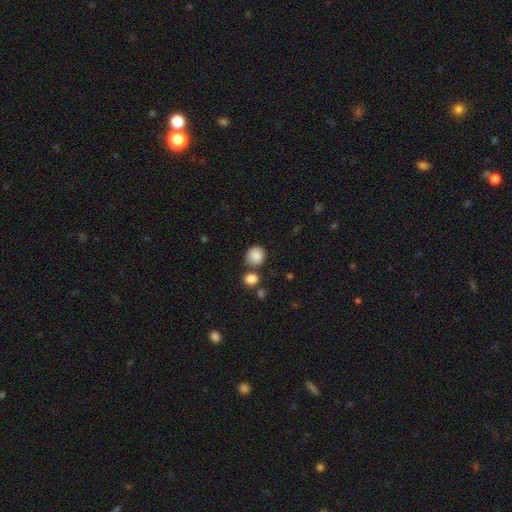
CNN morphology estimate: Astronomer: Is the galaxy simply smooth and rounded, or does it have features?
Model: smooth — 87%.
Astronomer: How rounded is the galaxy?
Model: round — 78%.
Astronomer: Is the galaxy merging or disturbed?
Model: none — 68%.